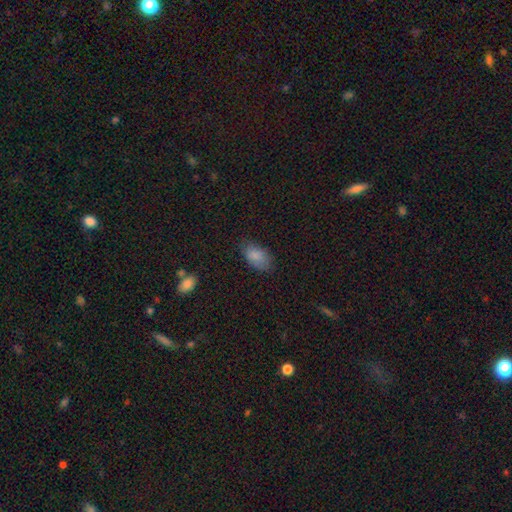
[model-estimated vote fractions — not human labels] This appears to be a smooth galaxy with no disk features (85%) that is in between round and cigar-shaped (92%). Merging: none (73%).